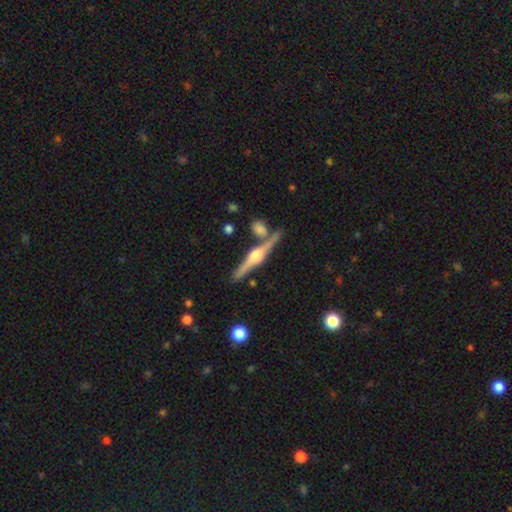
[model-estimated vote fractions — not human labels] A featured or disk galaxy (83%) viewed edge-on (98%) with a rounded central bulge (93%). Merging: none (81%).